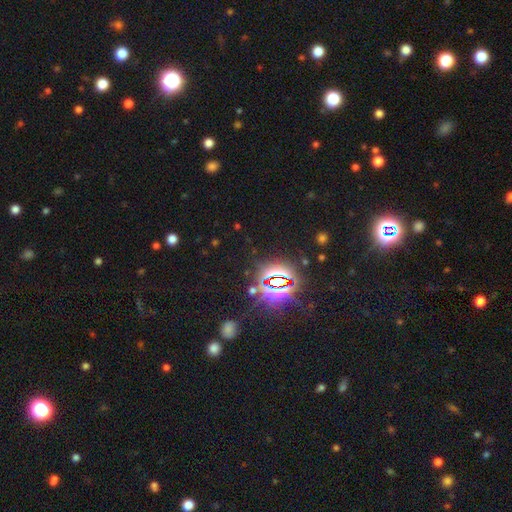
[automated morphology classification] This is clearly a star or artifact rather than a galaxy (81%).